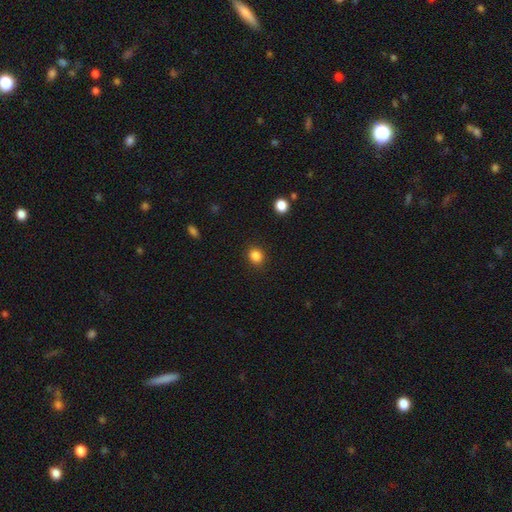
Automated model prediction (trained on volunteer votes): smooth_or_featured: smooth (p=0.85) [alt: star or artifact p=0.11]
how_rounded: round (p=0.76) [alt: in between p=0.24]
merging: none (p=0.90) [alt: minor disturbance p=0.07]